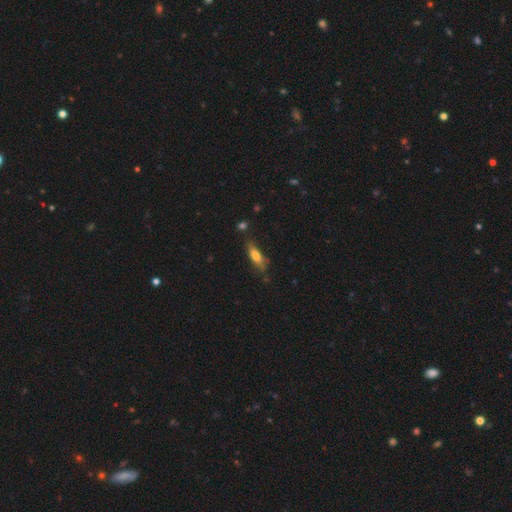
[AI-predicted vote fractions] Smooth or featured?
  - smooth: 65% *
  - featured or disk: 27%
  - star or artifact: 7%
How rounded?
  - in between: 49% *
  - cigar-shaped: 48%
  - round: 3%
Merging?
  - none: 68% *
  - minor disturbance: 23%
  - major disturbance: 6%
  - merger: 3%